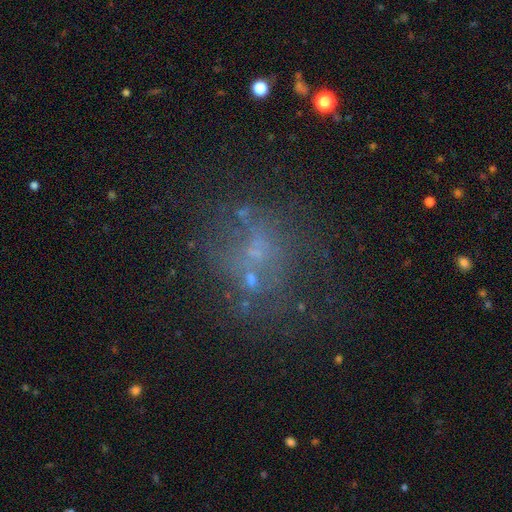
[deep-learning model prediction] smooth_or_featured: featured or disk (p=0.35) [alt: smooth p=0.33]
merging: none (p=0.54) [alt: major disturbance p=0.18]